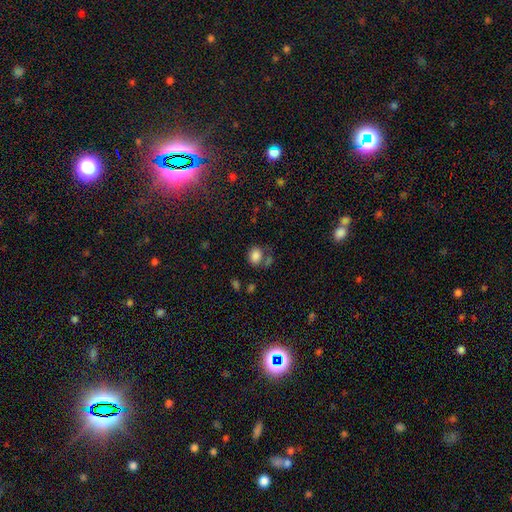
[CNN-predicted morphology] A smooth galaxy with no disk features (84%) that is in between round and cigar-shaped (63%).

Vote fractions:
- Smooth or featured? smooth: 84% / star or artifact: 10% / featured or disk: 6%
- How rounded? in between: 63% / round: 36% / cigar-shaped: 1%
- Merging? none: 57% / minor disturbance: 17% / merger: 17% / major disturbance: 9%